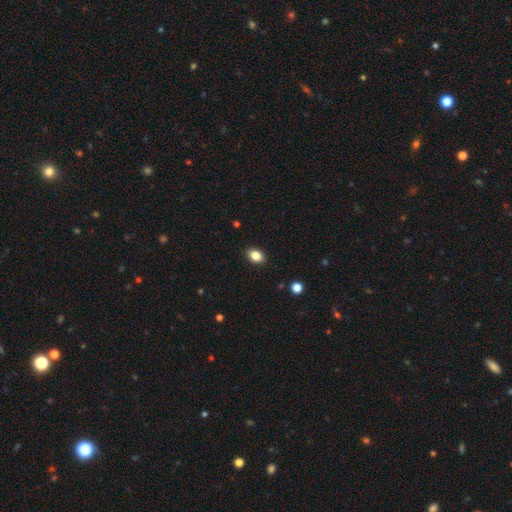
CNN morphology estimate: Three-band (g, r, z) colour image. It shows a smooth galaxy with no disk features (85%) that is in between round and cigar-shaped (73%). Merging: none (89%).